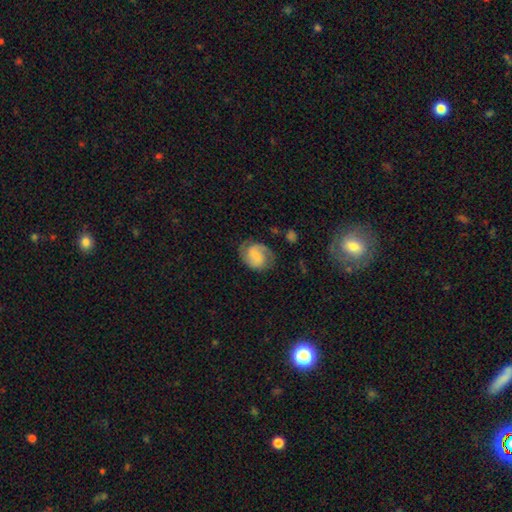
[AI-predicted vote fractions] Smooth or featured? Predicted: featured or disk (p=0.63). Edge-on disk? Predicted: no (p=0.98). Bar? Predicted: weak (p=0.48). Spiral arms? Predicted: yes (p=0.92). Spiral winding? Predicted: medium (p=0.47). Spiral arm count? Predicted: 2 (p=0.80). Bulge size? Predicted: small (p=0.37). Merging? Predicted: none (p=0.69).